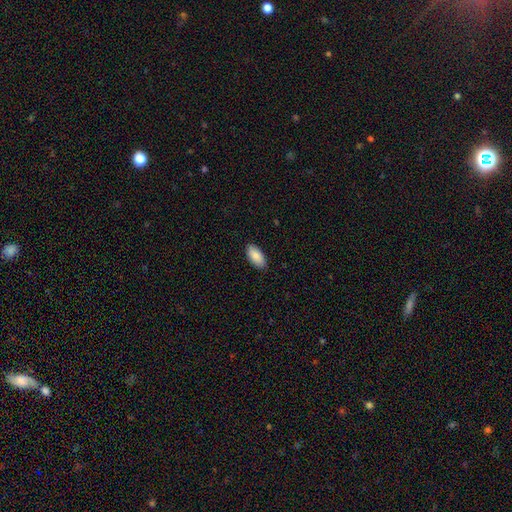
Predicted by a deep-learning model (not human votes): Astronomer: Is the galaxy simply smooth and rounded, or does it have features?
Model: smooth — 89%.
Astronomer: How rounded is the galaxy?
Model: in between — 93%.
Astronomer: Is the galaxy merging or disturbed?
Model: none — 89%.